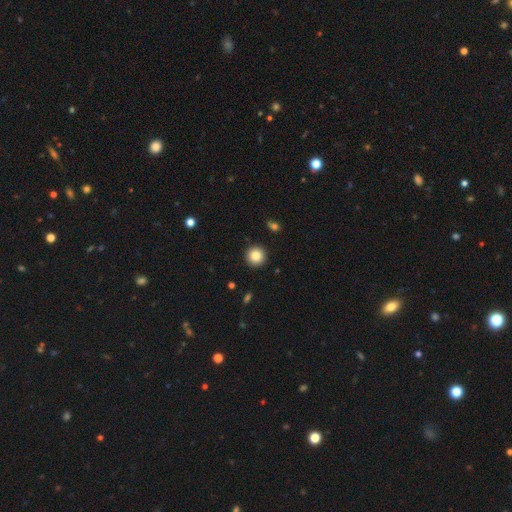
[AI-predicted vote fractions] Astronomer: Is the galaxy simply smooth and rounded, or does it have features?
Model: smooth — 85%.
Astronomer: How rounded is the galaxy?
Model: round — 95%.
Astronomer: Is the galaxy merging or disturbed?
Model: none — 92%.